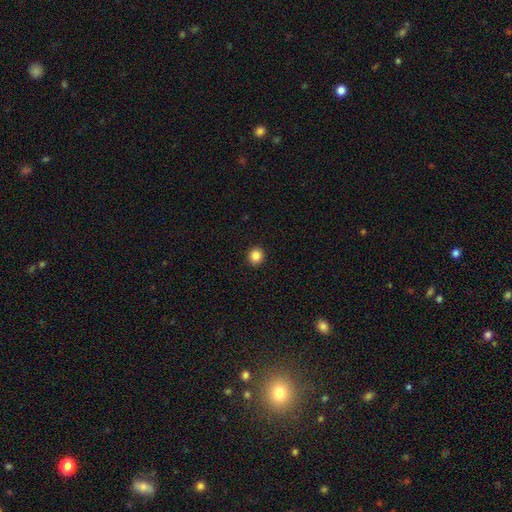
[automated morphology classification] smooth-or-featured: smooth: 86% | star or artifact: 10% | featured or disk: 3%
  how-rounded: round: 90% | in between: 9% | cigar-shaped: 1%
  merging: none: 93% | minor disturbance: 5% | major disturbance: 2% | merger: 1%